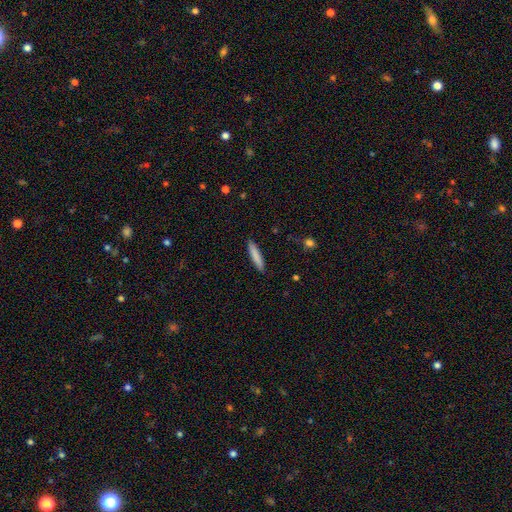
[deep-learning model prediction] Morphology: type=smooth (83%); roundness=cigar-shaped (88%); merging=none (89%).